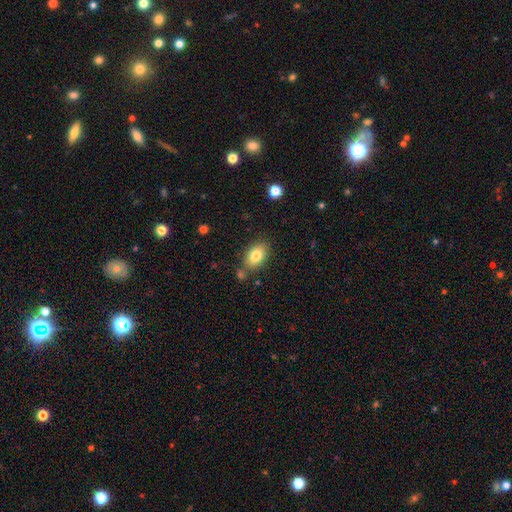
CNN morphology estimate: This is clearly a smooth galaxy (82%). How rounded: clearly in between (88%). Merging: likely none (76%).